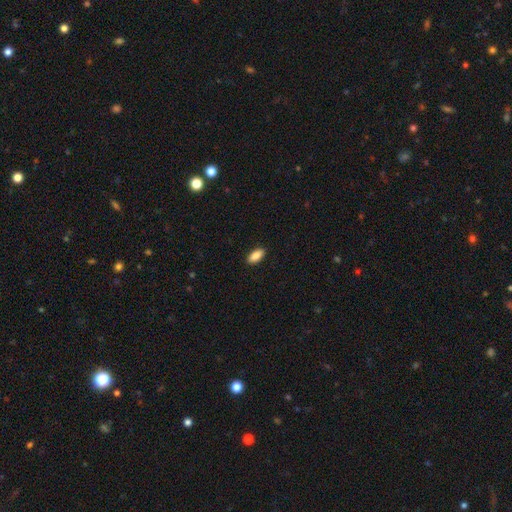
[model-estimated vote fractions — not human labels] This appears to be a smooth galaxy with no disk features (86%) that is in between round and cigar-shaped (90%). Merging: none (90%).